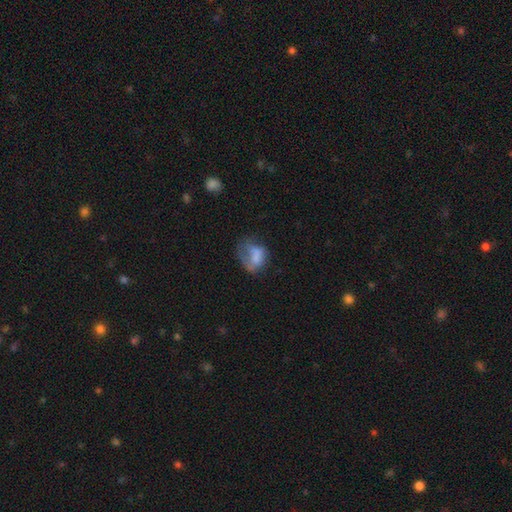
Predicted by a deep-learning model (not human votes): The model was most divided on "merging": major disturbance: 40%, none: 28%, minor disturbance: 27%, merger: 6%. More confident: how rounded — in between (67%); smooth or featured — smooth (63%).